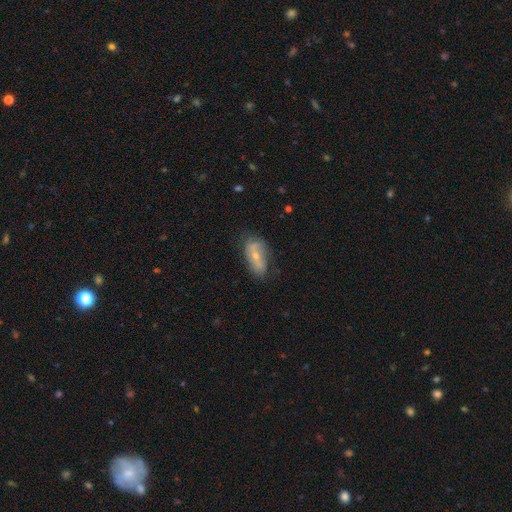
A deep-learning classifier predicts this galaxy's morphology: The model was most divided on "smooth or featured": featured or disk: 50%, smooth: 42%, star or artifact: 8%. More confident: merging — none (62%).